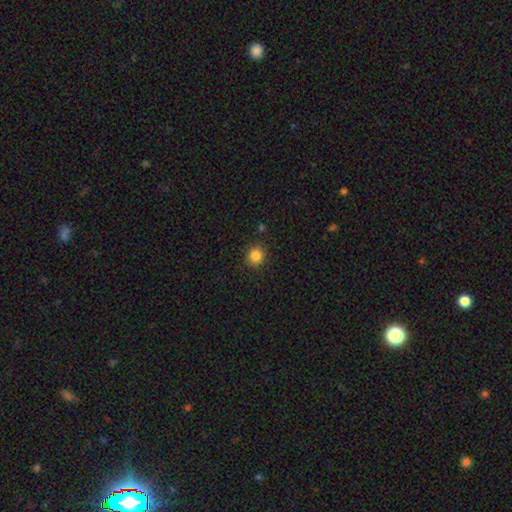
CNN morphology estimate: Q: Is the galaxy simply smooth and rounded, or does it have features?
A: smooth — 84%.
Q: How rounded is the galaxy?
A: round — 86%.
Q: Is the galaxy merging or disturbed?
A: none — 90%.